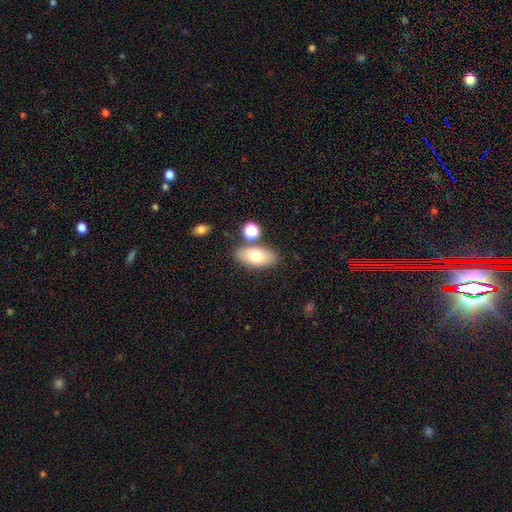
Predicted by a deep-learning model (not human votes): The model was most divided on "smooth or featured": smooth: 72%, featured or disk: 20%, star or artifact: 8%. More confident: how rounded — in between (90%); merging — none (77%).